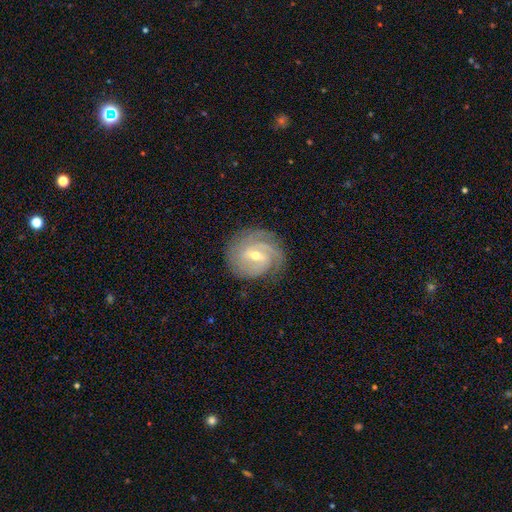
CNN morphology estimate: Overall: featured or disk (85%). Edge-on disk: no (96%). Bar: weak (54%; strong 29%). Spiral arms: yes (96%). Spiral arm count: 2 (35%; 3 26%). Spiral winding: tight (65%; medium 28%). Bulge size: moderate (54%; small 42%). Merging: none (77%).